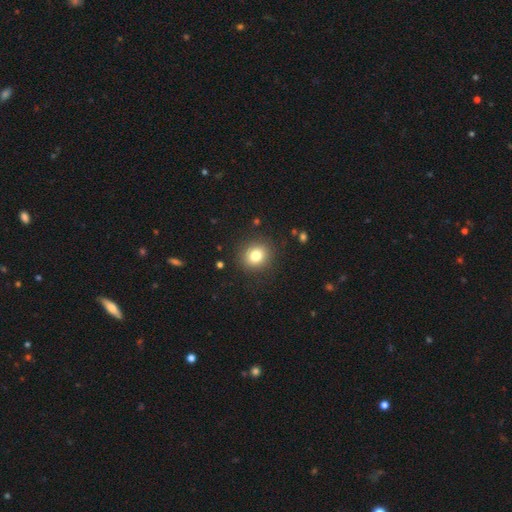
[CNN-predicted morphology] This appears to be a smooth galaxy with no disk features (80%) that is round (80%). Merging: none (89%).